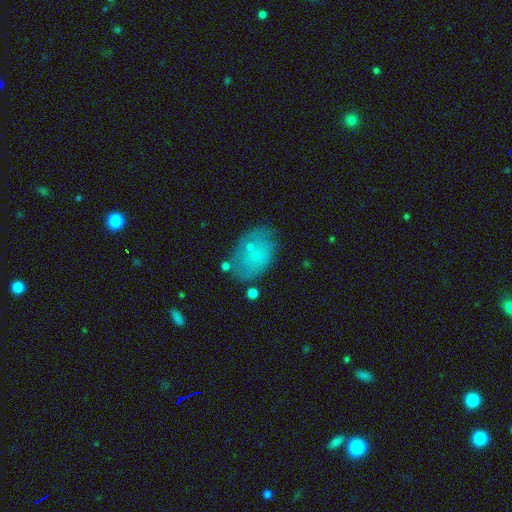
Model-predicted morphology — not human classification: smooth_or_featured: smooth (p=0.64) [alt: featured or disk p=0.26]
how_rounded: in between (p=0.86) [alt: round p=0.13]
merging: none (p=0.66) [alt: minor disturbance p=0.21]